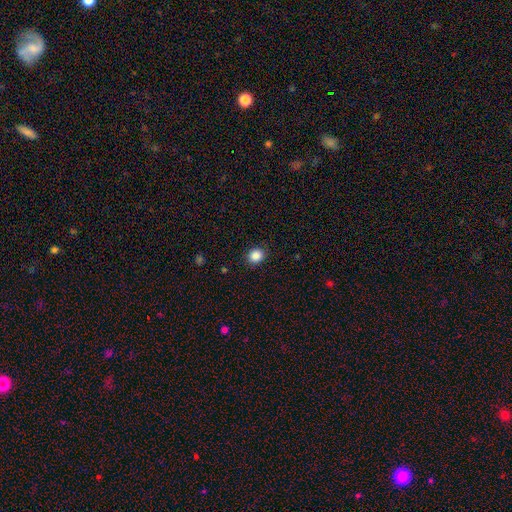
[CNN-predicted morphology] The model was most divided on "how rounded": round: 75%, in between: 24%, cigar-shaped: 1%. More confident: merging — none (90%); smooth or featured — smooth (86%).